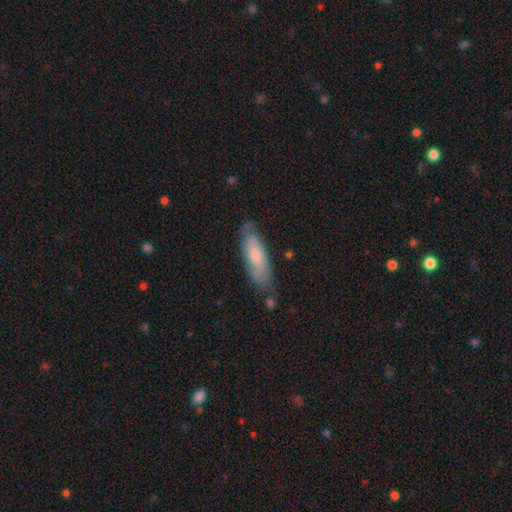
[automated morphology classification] This is possibly a smooth galaxy (58%). How rounded: possibly cigar-shaped (52%). Merging: likely none (71%).